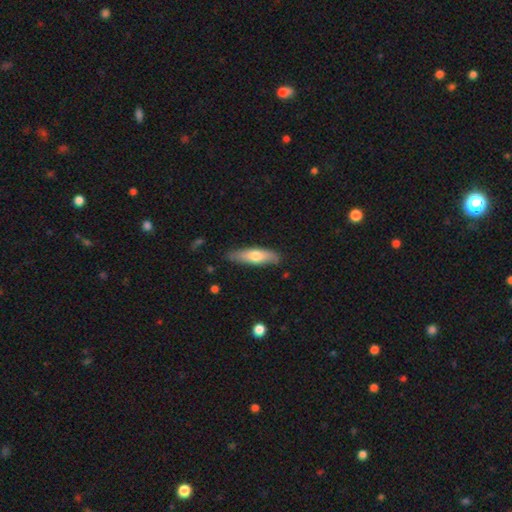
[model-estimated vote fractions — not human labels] This appears to be a smooth galaxy with no disk features (63%) that is cigar-shaped (60%). Merging: none (82%).